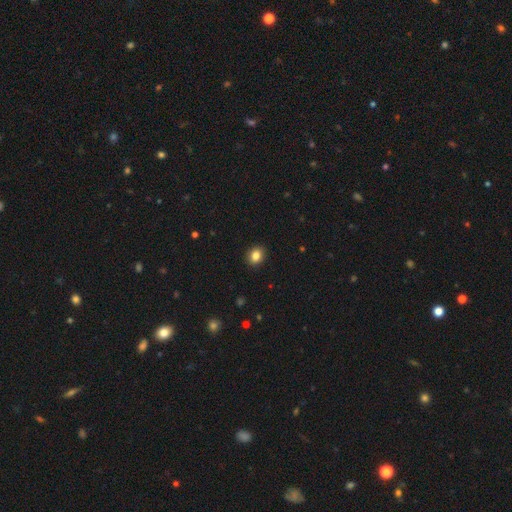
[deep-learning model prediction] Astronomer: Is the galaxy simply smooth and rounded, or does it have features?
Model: smooth — 85%.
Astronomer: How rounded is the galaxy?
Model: round — 59% (runner-up: in between, 40%).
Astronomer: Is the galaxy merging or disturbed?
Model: none — 91%.